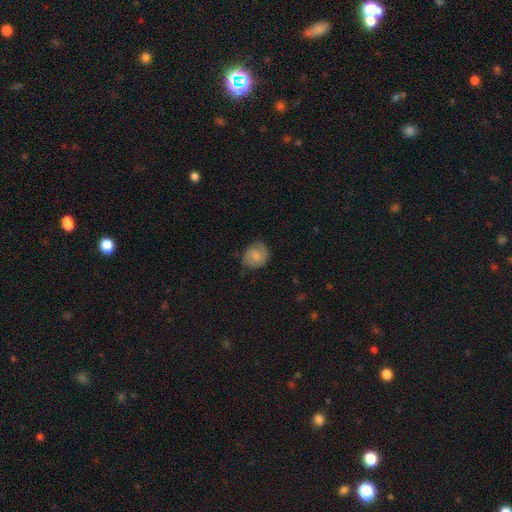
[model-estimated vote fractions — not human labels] A smooth galaxy with no disk features (66%) that is round (75%). Merging: none (69%).